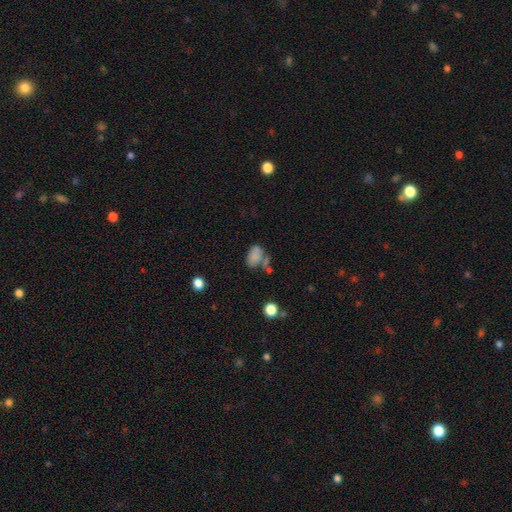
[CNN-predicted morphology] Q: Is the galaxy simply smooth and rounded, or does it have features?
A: smooth — 75%.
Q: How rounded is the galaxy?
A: in between — 83%.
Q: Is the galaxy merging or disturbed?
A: none — 38%.